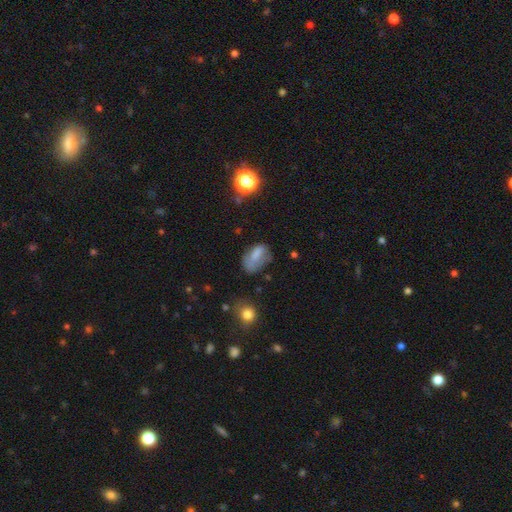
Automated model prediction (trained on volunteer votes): Smooth or featured? Predicted: smooth (p=0.69). How rounded? Predicted: in between (p=0.87). Merging? Predicted: none (p=0.45).